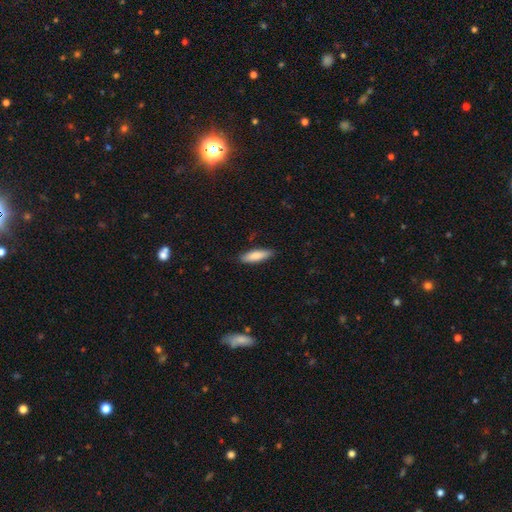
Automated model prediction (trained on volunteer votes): Q: Smooth or featured?
A: smooth (84%); runner-up: featured or disk (10%)
Q: How rounded?
A: cigar-shaped (57%); runner-up: in between (42%)
Q: Merging?
A: none (86%); runner-up: minor disturbance (11%)